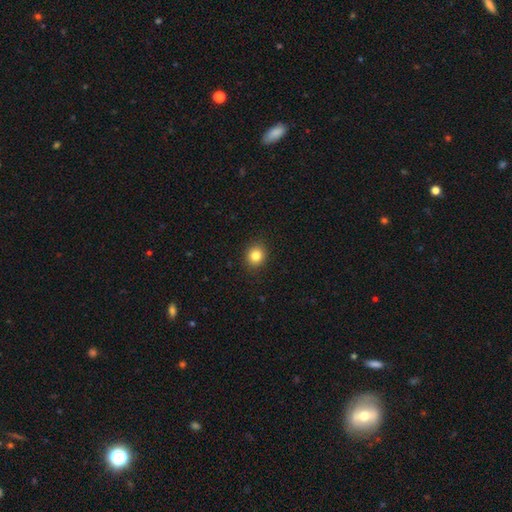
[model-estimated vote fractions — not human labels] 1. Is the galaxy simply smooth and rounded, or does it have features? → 83% smooth, 11% star or artifact, 6% featured or disk.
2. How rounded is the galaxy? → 79% round, 21% in between, 1% cigar-shaped.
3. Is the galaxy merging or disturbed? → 91% none, 6% minor disturbance, 2% major disturbance, 1% merger.